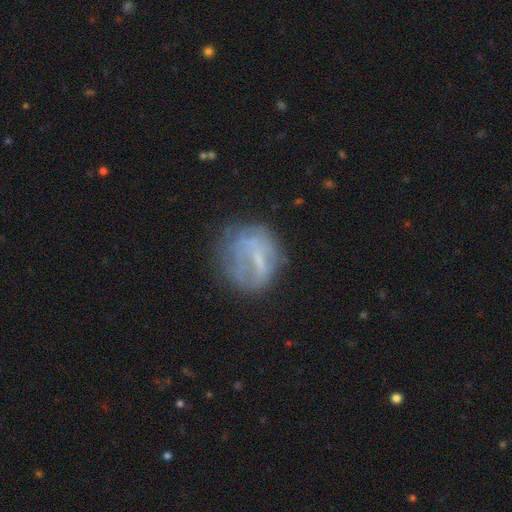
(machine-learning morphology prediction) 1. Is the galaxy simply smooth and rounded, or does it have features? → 50% featured or disk, 38% smooth, 13% star or artifact.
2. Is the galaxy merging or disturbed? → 52% none, 23% minor disturbance, 22% major disturbance, 3% merger.